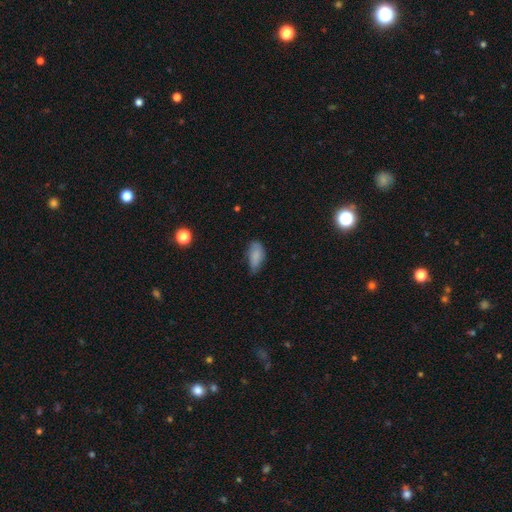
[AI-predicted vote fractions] A smooth galaxy with no disk features (83%) that is in between round and cigar-shaped (89%). Merging: none (49%).